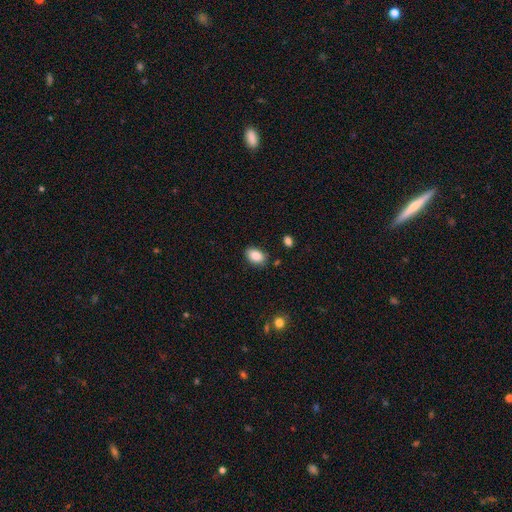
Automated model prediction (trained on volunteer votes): Overall: smooth (88%). How rounded: in between (87%). Merging: none (83%).